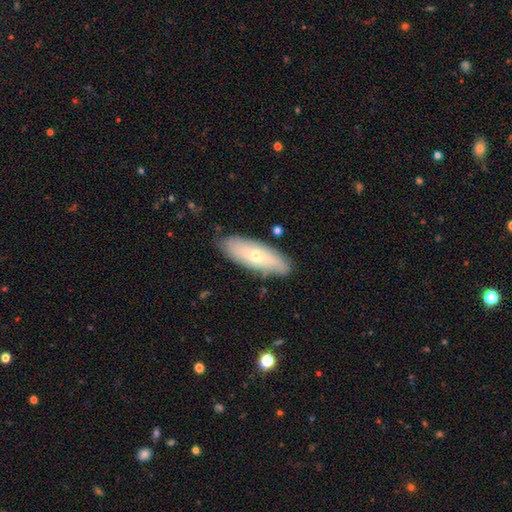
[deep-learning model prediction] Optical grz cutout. It shows a smooth galaxy with no disk features (54%) that is in between round and cigar-shaped (62%). Merging: none (82%).